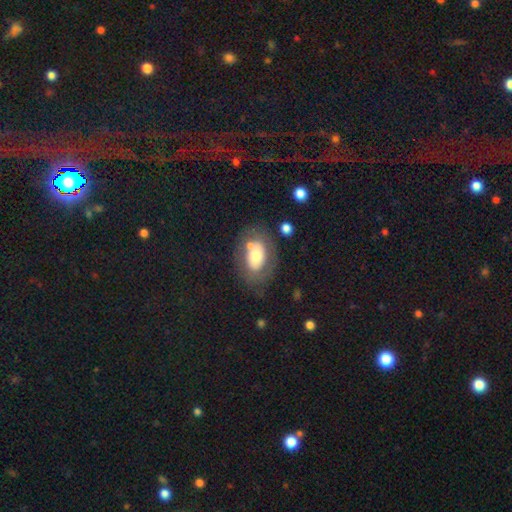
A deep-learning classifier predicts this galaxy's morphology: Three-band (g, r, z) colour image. It shows a smooth galaxy with no disk features (51%) that is in between round and cigar-shaped (80%). Merging: none (58%).